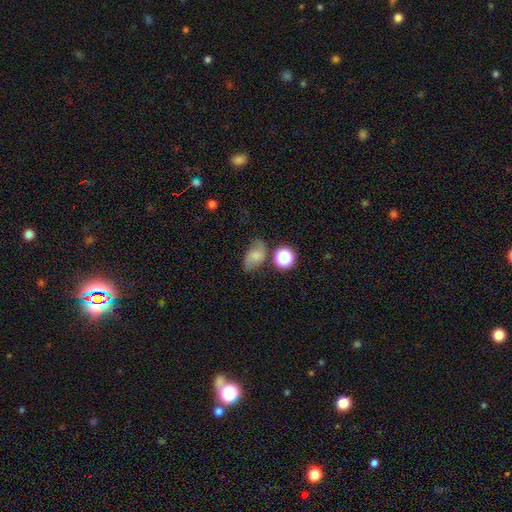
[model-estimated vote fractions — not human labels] Smooth or featured: smooth — 67% (featured or disk — 21%)
How rounded: in between — 78% (round — 20%)
Merging: none — 55% (minor disturbance — 25%)